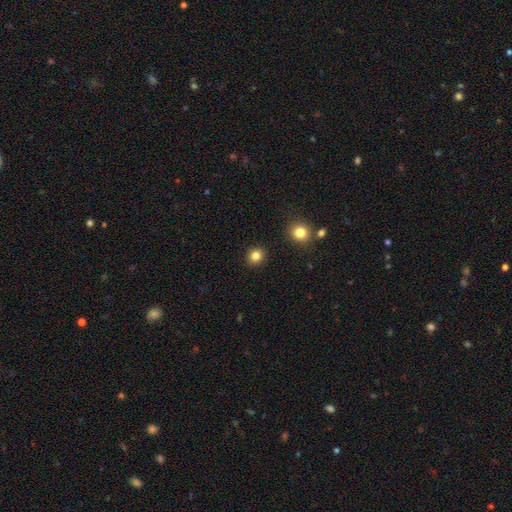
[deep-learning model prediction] The model was most divided on "how rounded": round: 83%, in between: 16%, cigar-shaped: 1%. More confident: merging — none (91%); smooth or featured — smooth (83%).